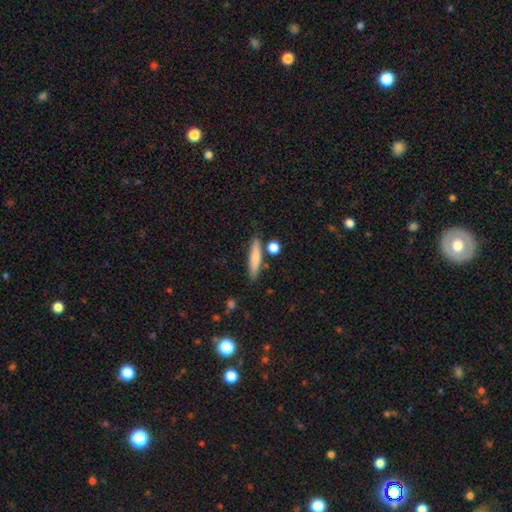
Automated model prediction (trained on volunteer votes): A smooth galaxy with no disk features (71%) that is cigar-shaped (83%).

Vote fractions:
- Smooth or featured? smooth: 71% / featured or disk: 23% / star or artifact: 7%
- How rounded? cigar-shaped: 83% / in between: 14% / round: 3%
- Merging? none: 80% / minor disturbance: 11% / merger: 7% / major disturbance: 3%